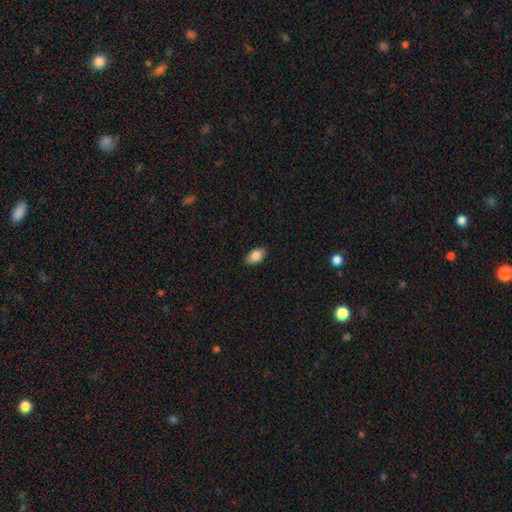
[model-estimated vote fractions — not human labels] smooth-or-featured: smooth: 85% | featured or disk: 7% | star or artifact: 7%
  how-rounded: in between: 93% | round: 5% | cigar-shaped: 2%
  merging: none: 88% | minor disturbance: 9% | major disturbance: 2% | merger: 1%